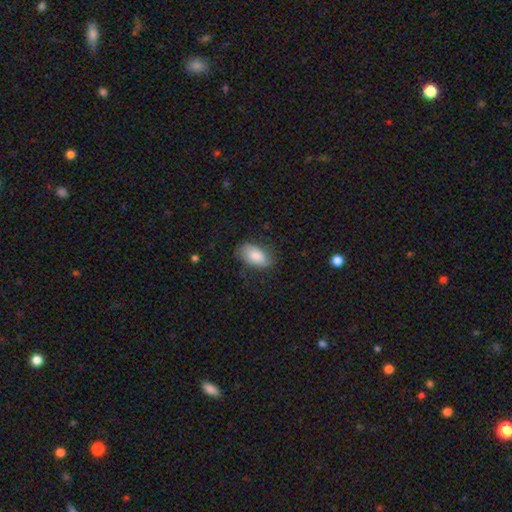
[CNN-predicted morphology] smooth 79%, featured or disk 14%, star or artifact 6%. Down the decision tree: how rounded — in between (93%); merging — none (72%).